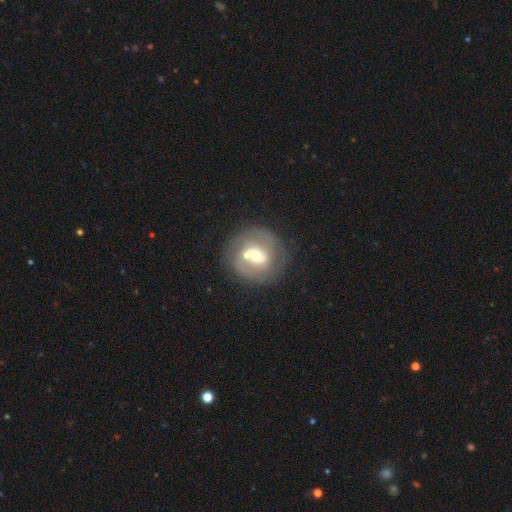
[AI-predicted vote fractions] This is likely a featured or disk galaxy (65%). It is clearly not viewed edge-on (97%). Bar: possibly no (53%). Spiral arm pattern: likely yes (71%). Central bulge: likely moderate (66%). Merging: possibly none (57%).